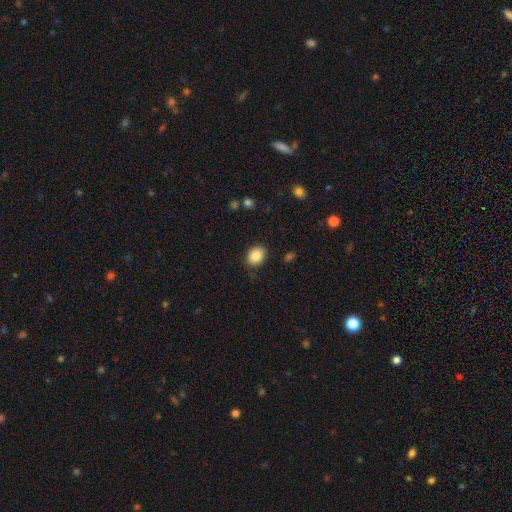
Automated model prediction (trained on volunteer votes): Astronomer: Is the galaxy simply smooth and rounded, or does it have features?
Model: smooth — 87%.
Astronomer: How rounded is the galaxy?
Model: in between — 64%.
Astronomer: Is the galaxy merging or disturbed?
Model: none — 85%.